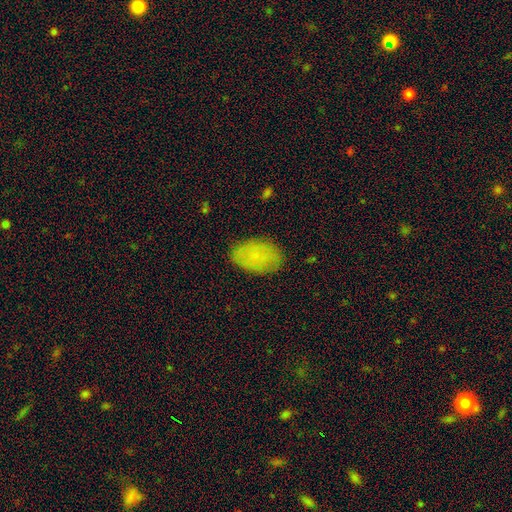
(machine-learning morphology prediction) The model was most divided on "smooth or featured": smooth: 81%, featured or disk: 11%, star or artifact: 8%. More confident: how rounded — in between (89%); merging — none (83%).